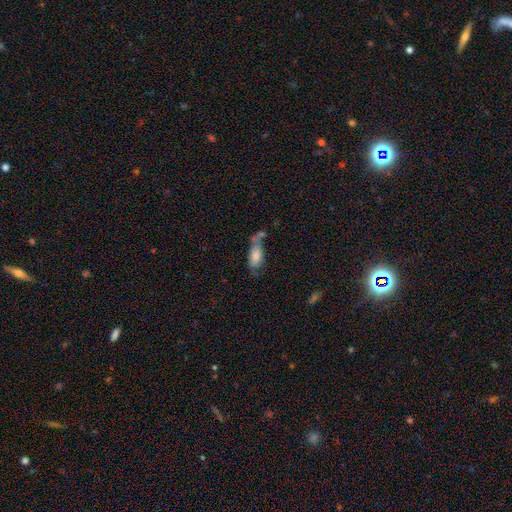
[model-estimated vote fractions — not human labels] The model was most divided on "merging": none: 29%, merger: 26%, minor disturbance: 25%, major disturbance: 20%. More confident: how rounded — in between (82%); smooth or featured — smooth (67%).